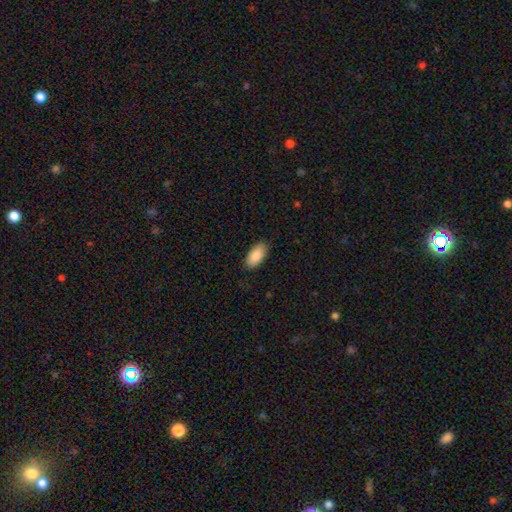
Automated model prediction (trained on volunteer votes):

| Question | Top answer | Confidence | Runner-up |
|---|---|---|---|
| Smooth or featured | smooth | 89% | star or artifact (6%) |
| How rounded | in between | 94% | cigar-shaped (4%) |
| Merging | none | 87% | minor disturbance (10%) |